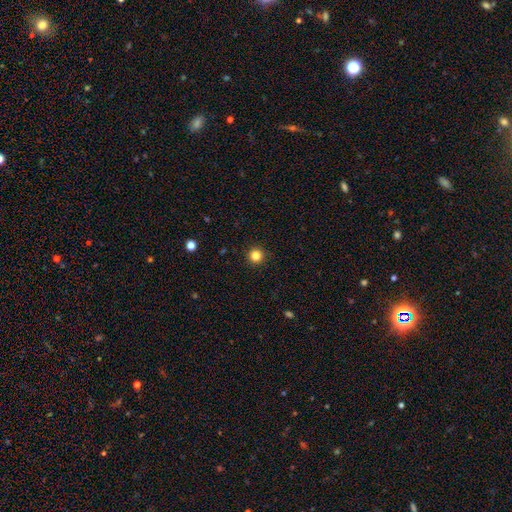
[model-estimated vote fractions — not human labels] Morphology: type=smooth (83%); roundness=round (96%); merging=none (93%).